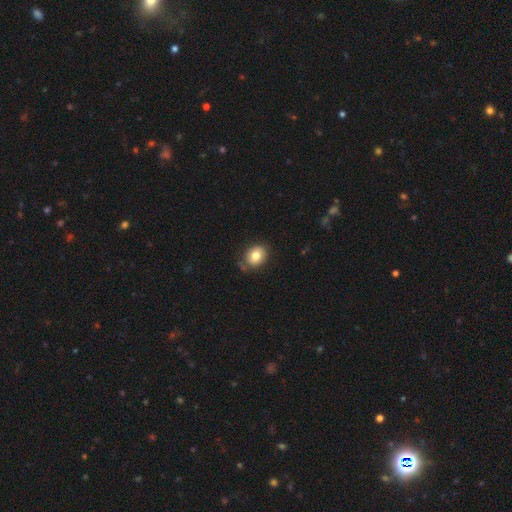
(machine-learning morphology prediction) type=smooth (80%); roundness=round (56%); merging=none (75%).